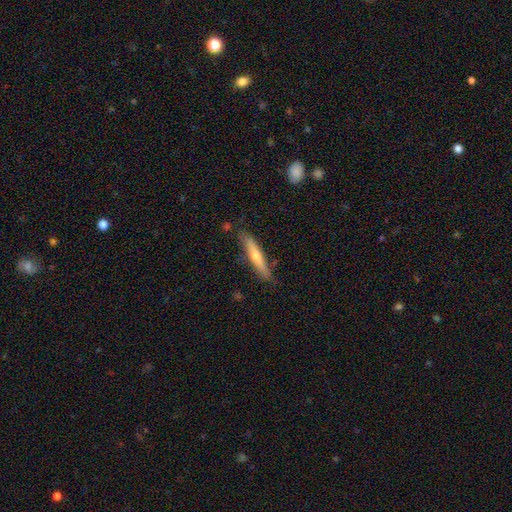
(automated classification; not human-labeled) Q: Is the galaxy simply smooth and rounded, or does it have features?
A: featured or disk — 56%.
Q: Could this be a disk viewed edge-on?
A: yes — 92%.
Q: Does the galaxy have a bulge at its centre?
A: rounded — 84%.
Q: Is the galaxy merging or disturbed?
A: none — 84%.